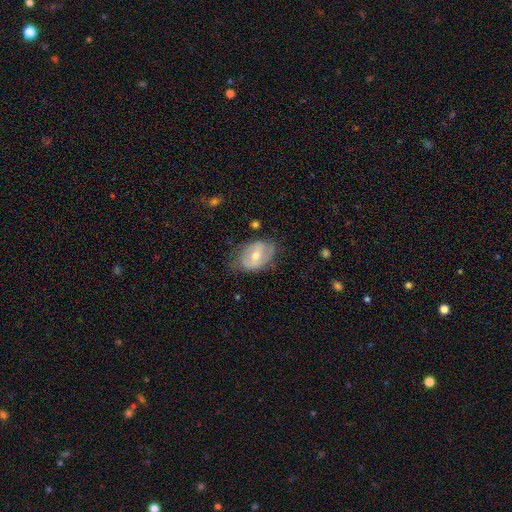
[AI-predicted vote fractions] Q: Smooth or featured?
A: featured or disk (57%); runner-up: smooth (36%)
Q: Edge-on disk?
A: no (93%); runner-up: yes (7%)
Q: Bar?
A: weak (43%); runner-up: strong (30%)
Q: Spiral arms?
A: yes (50%); tied with: no (50%)
Q: Bulge size?
A: moderate (61%); runner-up: small (35%)
Q: Merging?
A: none (62%); runner-up: minor disturbance (26%)